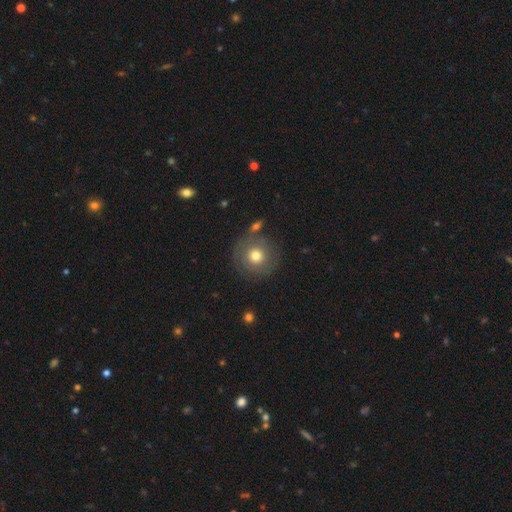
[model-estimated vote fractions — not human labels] smooth-or-featured: smooth: 66% | featured or disk: 24% | star or artifact: 10%
  how-rounded: round: 94% | in between: 5% | cigar-shaped: 1%
  merging: none: 79% | minor disturbance: 11% | merger: 5% | major disturbance: 5%